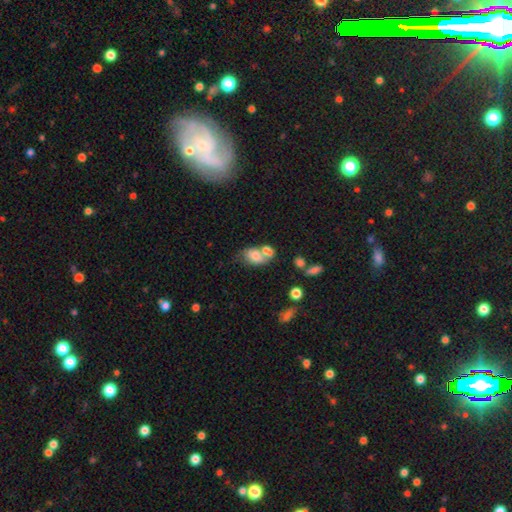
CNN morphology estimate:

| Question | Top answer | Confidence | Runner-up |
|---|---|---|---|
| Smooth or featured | smooth | 72% | featured or disk (19%) |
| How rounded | in between | 81% | round (17%) |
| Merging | merger | 48% | none (29%) |